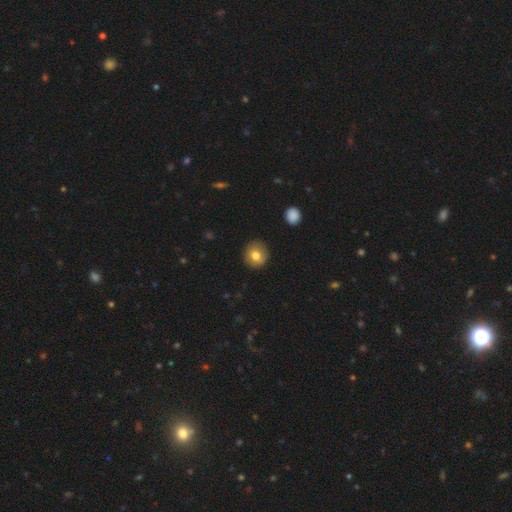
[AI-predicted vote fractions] This is likely a smooth galaxy (78%). How rounded: clearly round (85%). Merging: clearly none (87%).